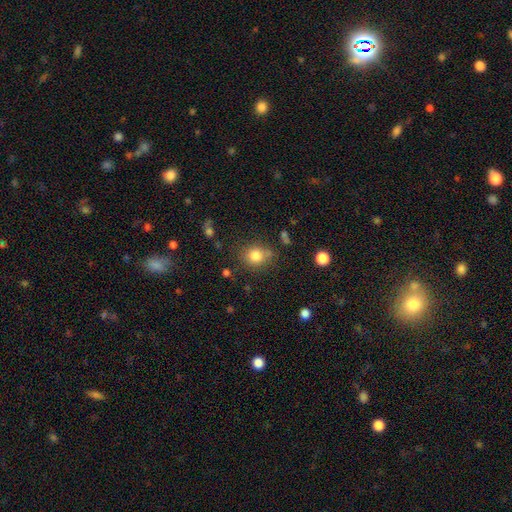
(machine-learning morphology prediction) Smooth or featured?
  - smooth: 81% *
  - star or artifact: 12%
  - featured or disk: 7%
How rounded?
  - round: 79% *
  - in between: 20%
  - cigar-shaped: 1%
Merging?
  - none: 73% *
  - minor disturbance: 14%
  - merger: 7%
  - major disturbance: 5%